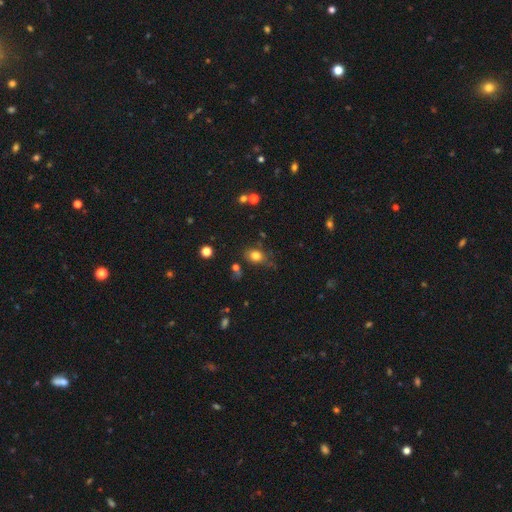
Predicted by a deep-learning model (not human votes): Morphology: type=smooth (78%); roundness=in between (60%); merging=none (62%).